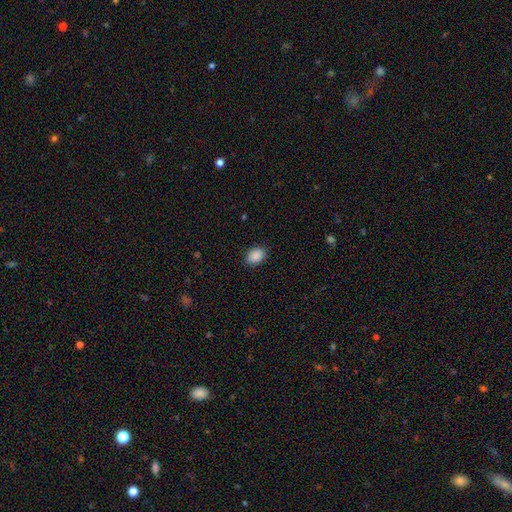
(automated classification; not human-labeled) This is clearly a smooth galaxy (90%). How rounded: likely in between (76%). Merging: clearly none (88%).